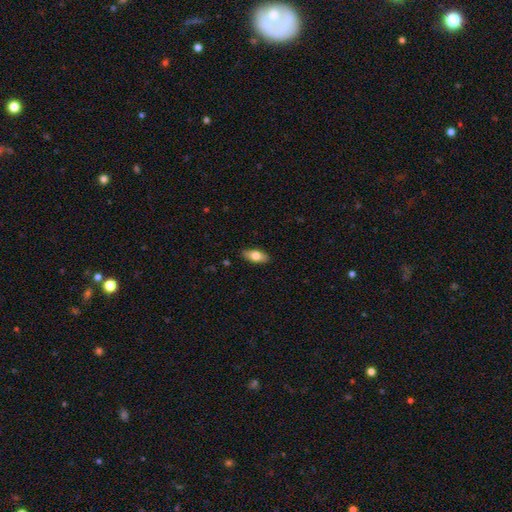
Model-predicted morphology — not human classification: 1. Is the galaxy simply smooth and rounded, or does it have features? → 72% smooth, 22% featured or disk, 7% star or artifact.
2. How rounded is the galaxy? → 83% in between, 14% cigar-shaped, 3% round.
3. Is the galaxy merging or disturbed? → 88% none, 9% minor disturbance, 2% major disturbance, 1% merger.